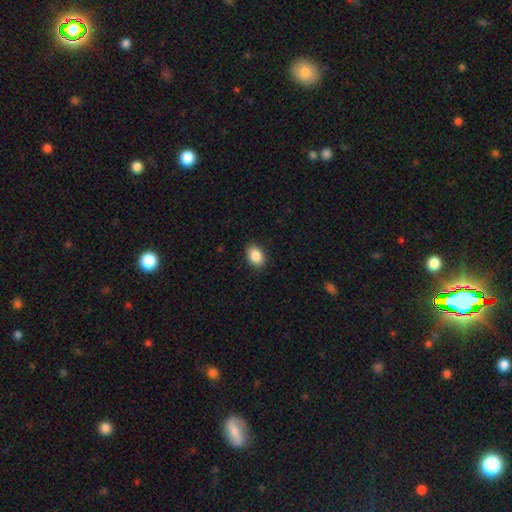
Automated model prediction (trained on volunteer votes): Q: Smooth or featured?
A: smooth (88%); runner-up: star or artifact (8%)
Q: How rounded?
A: in between (82%); runner-up: round (17%)
Q: Merging?
A: none (89%); runner-up: minor disturbance (8%)